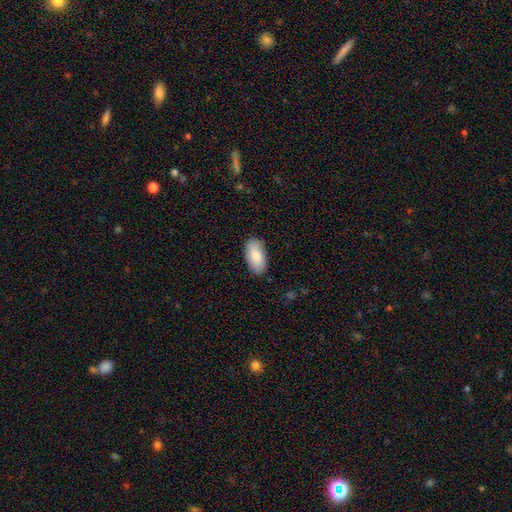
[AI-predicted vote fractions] smooth_or_featured: smooth (p=0.84) [alt: featured or disk p=0.10]
how_rounded: in between (p=0.94) [alt: cigar-shaped p=0.03]
merging: none (p=0.84) [alt: minor disturbance p=0.13]